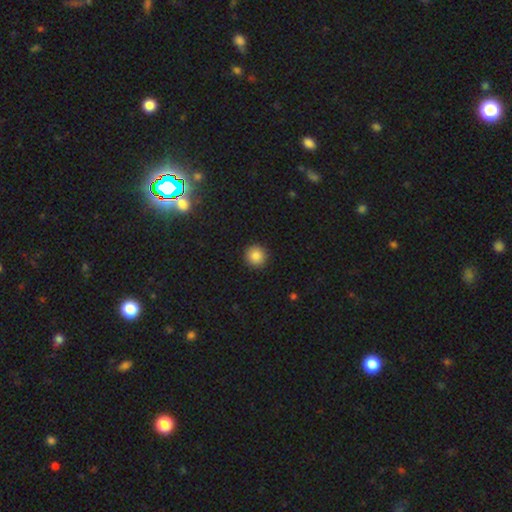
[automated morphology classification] This is clearly a smooth galaxy (84%). How rounded: clearly round (95%). Merging: clearly none (93%).